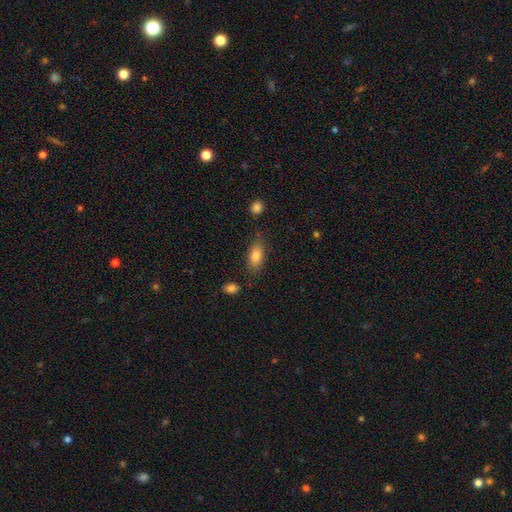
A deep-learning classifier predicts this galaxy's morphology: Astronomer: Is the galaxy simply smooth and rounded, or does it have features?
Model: smooth — 82%.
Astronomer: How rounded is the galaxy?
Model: in between — 87%.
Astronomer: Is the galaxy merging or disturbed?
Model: none — 77%.